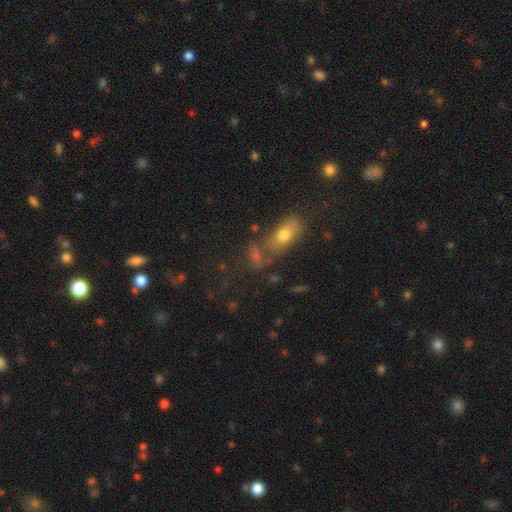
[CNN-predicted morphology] Smooth or featured? Predicted: smooth (p=0.57). How rounded? Predicted: in between (p=0.67). Merging? Predicted: none (p=0.48).